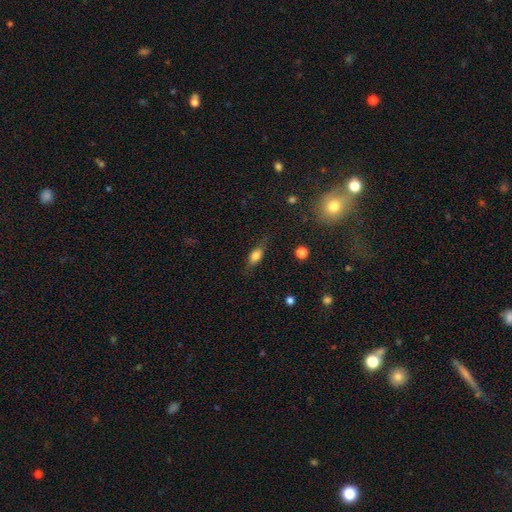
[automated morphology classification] A smooth galaxy with no disk features (71%) that is in between round and cigar-shaped (72%).

Vote fractions:
- Smooth or featured? smooth: 71% / featured or disk: 20% / star or artifact: 9%
- How rounded? in between: 72% / cigar-shaped: 20% / round: 8%
- Merging? none: 73% / minor disturbance: 19% / major disturbance: 7% / merger: 2%